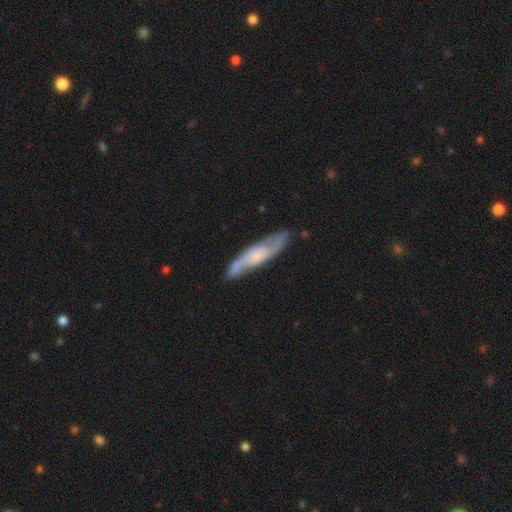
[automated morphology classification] Smooth or featured? Predicted: featured or disk (p=0.68). Edge-on disk? Predicted: no (p=0.63). Merging? Predicted: none (p=0.79).